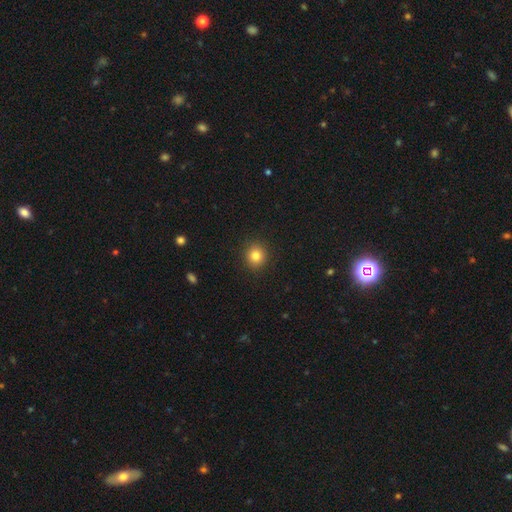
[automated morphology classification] Smooth or featured? Predicted: smooth (p=0.82). How rounded? Predicted: round (p=0.88). Merging? Predicted: none (p=0.91).